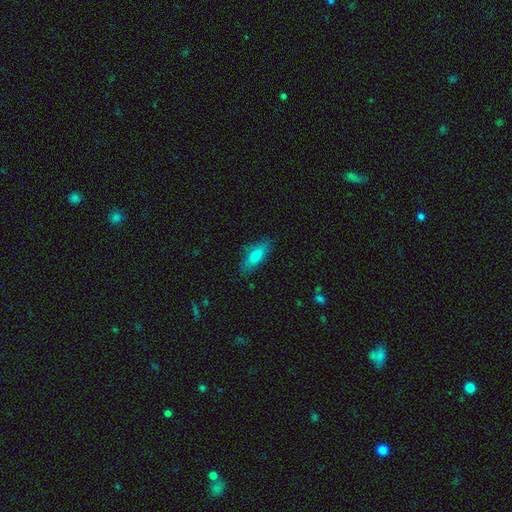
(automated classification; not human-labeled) Smooth or featured: smooth — 75% (featured or disk — 18%)
How rounded: in between — 54% (cigar-shaped — 44%)
Merging: none — 83% (minor disturbance — 13%)